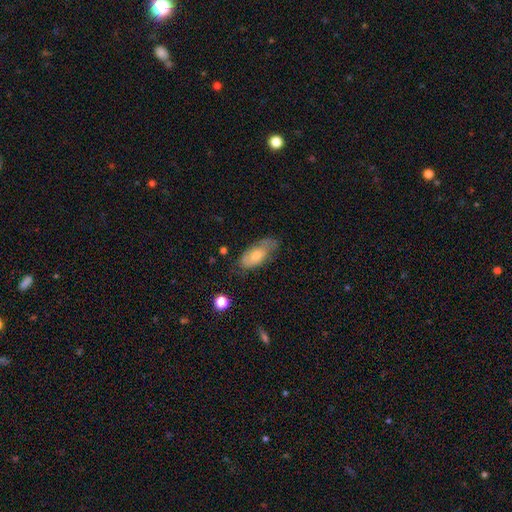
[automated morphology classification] The model was most divided on "smooth or featured": smooth: 57%, featured or disk: 35%, star or artifact: 8%. More confident: how rounded — in between (86%); merging — none (60%).